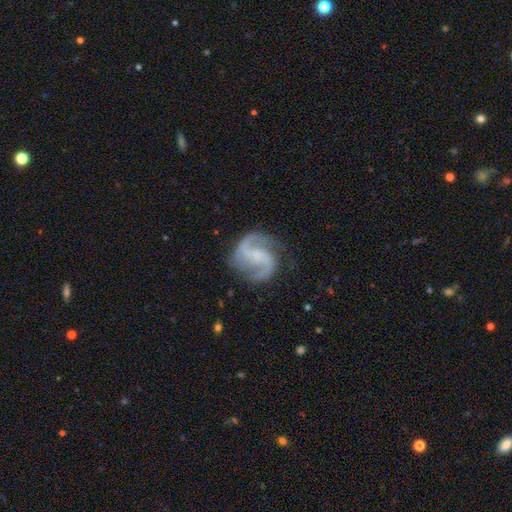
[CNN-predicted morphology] smooth-or-featured: featured or disk: 89% | smooth: 6% | star or artifact: 5%
  disk-edge-on: no: 98% | yes: 2%
    bar: weak: 45% | no: 37% | strong: 19%
    has-spiral-arms: yes: 98% | no: 2%
      spiral-winding: medium: 55% | loose: 29% | tight: 15%
      spiral-arm-count: 2: 90% | 3: 4% | can't tell: 2% | 1: 2% | 4: 1% | more than 4: 1%
    bulge-size: small: 43% | none: 39% | moderate: 15% | large: 2% | dominant: 1%
  merging: none: 77% | minor disturbance: 15% | major disturbance: 7% | merger: 1%